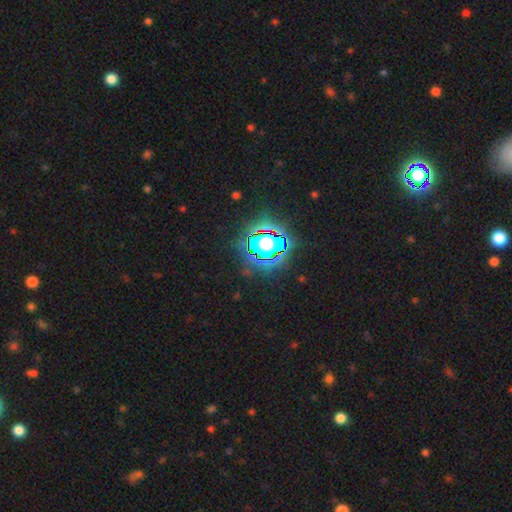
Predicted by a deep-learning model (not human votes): A star or artifact, not a galaxy (83%).